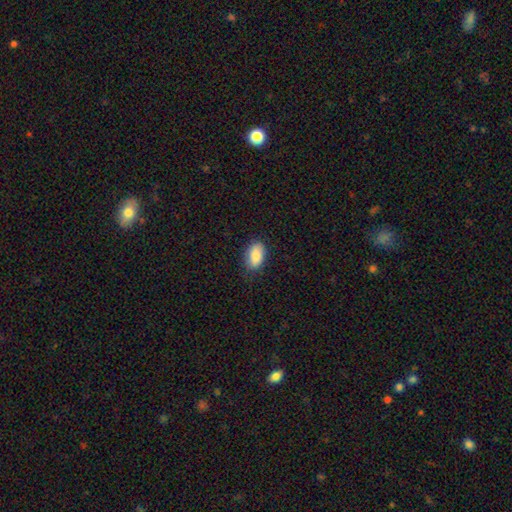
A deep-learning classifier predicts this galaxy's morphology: smooth-or-featured: smooth: 87% | star or artifact: 7% | featured or disk: 6%
  how-rounded: in between: 92% | round: 5% | cigar-shaped: 2%
  merging: none: 81% | minor disturbance: 15% | major disturbance: 3% | merger: 1%